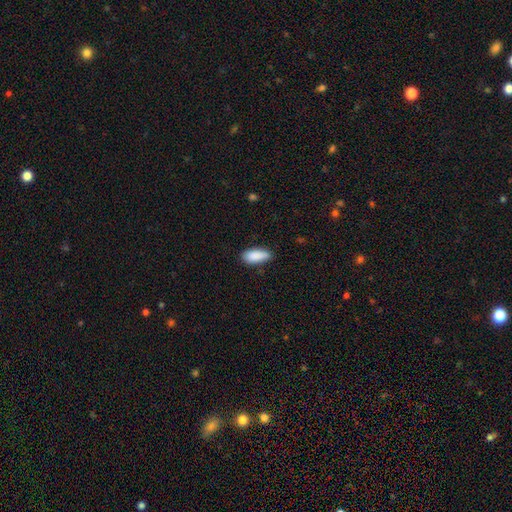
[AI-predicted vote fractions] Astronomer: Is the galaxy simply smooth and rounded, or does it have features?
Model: smooth — 89%.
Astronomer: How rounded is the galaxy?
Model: in between — 81%.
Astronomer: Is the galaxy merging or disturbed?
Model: none — 74%.